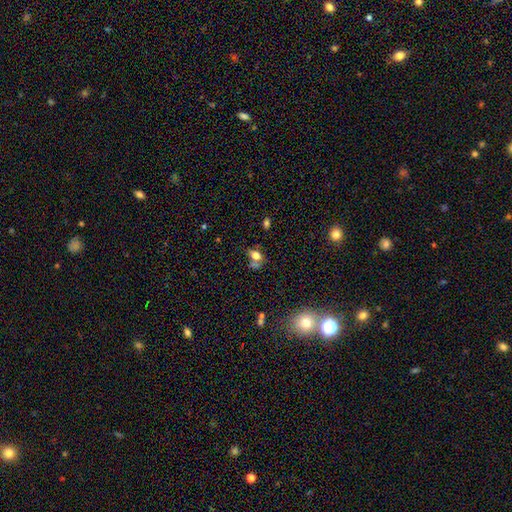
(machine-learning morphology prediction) A smooth galaxy with no disk features (72%) that is in between round and cigar-shaped (67%).

Vote fractions:
- Smooth or featured? smooth: 72% / star or artifact: 14% / featured or disk: 14%
- How rounded? in between: 67% / round: 30% / cigar-shaped: 3%
- Merging? none: 41% / merger: 28% / minor disturbance: 19% / major disturbance: 12%